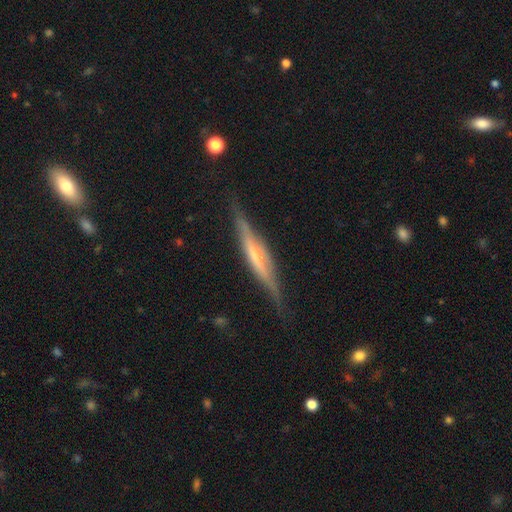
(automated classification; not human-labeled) Smooth or featured?
  - featured or disk: 71% *
  - smooth: 23%
  - star or artifact: 6%
Edge-on disk?
  - yes: 95% *
  - no: 5%
Edge-on bulge?
  - rounded: 38% *
  - none: 36%
  - boxy: 27%
Merging?
  - none: 80% *
  - minor disturbance: 15%
  - major disturbance: 4%
  - merger: 1%